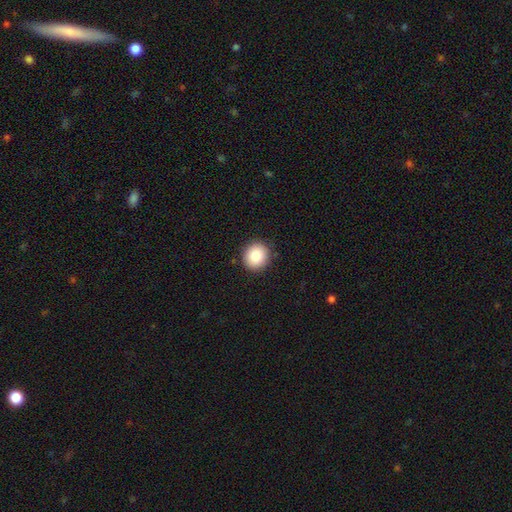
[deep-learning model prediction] Smooth or featured?
  - smooth: 85% *
  - star or artifact: 9%
  - featured or disk: 6%
How rounded?
  - round: 87% *
  - in between: 12%
  - cigar-shaped: 1%
Merging?
  - none: 90% *
  - minor disturbance: 7%
  - major disturbance: 2%
  - merger: 1%